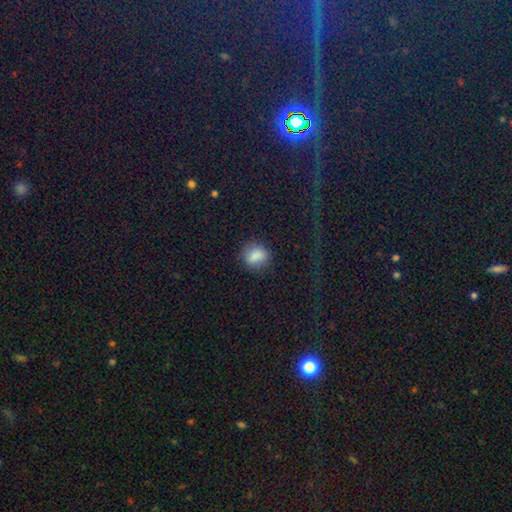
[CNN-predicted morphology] Q: Smooth or featured?
A: smooth (85%); runner-up: star or artifact (10%)
Q: How rounded?
A: round (71%); runner-up: in between (27%)
Q: Merging?
A: none (80%); runner-up: minor disturbance (14%)